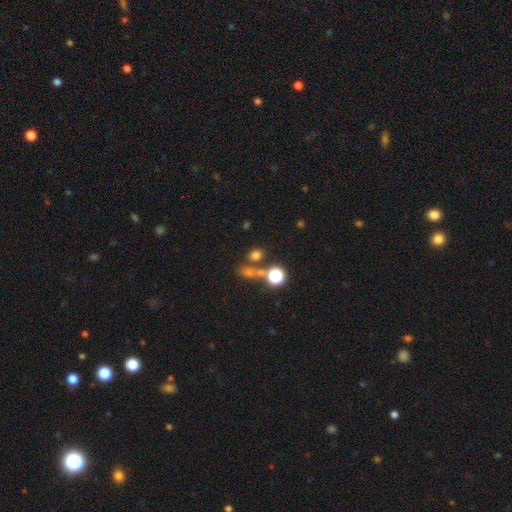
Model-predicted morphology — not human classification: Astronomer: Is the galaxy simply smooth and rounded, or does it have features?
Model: smooth — 68%.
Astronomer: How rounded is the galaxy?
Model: round — 63%.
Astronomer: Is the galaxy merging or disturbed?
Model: none — 61%.